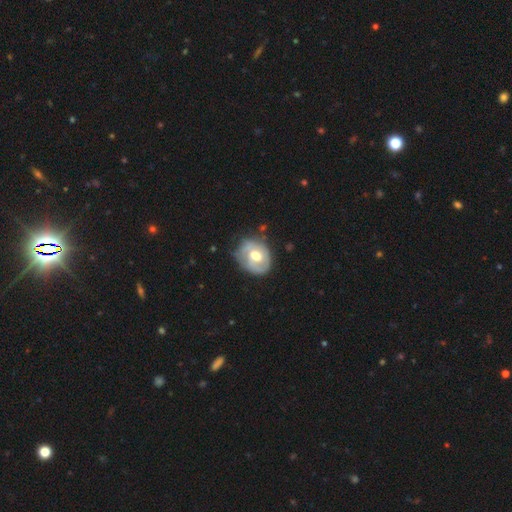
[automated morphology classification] A featured or disk galaxy (57%) with no bar (69%), spiral arms (60%) and a moderate central bulge (69%). Merging: none (59%).